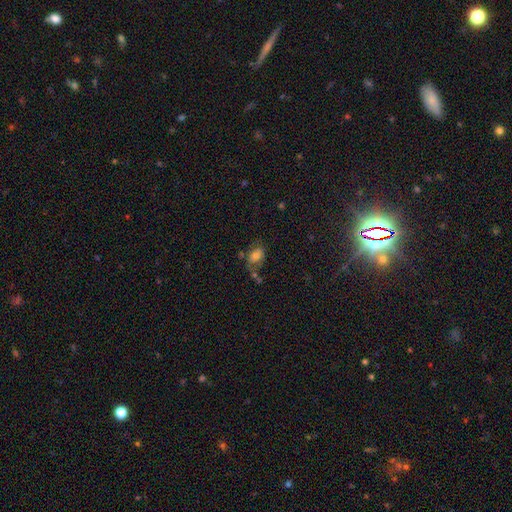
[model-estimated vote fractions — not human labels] This appears to be a smooth galaxy with no disk features (68%) that is in between round and cigar-shaped (79%). Merging: none (48%).